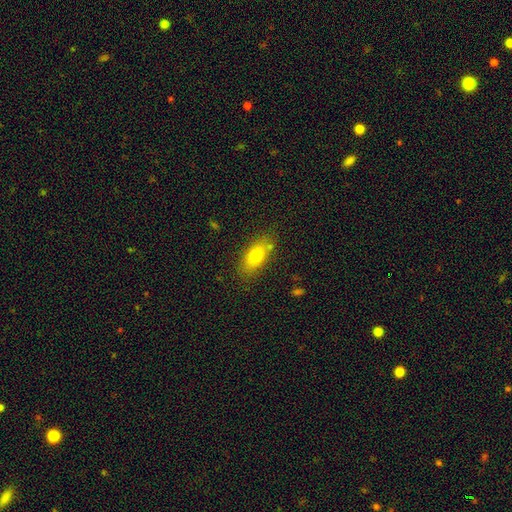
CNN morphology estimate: A smooth galaxy with no disk features (77%) that is in between round and cigar-shaped (81%). Merging: none (79%).